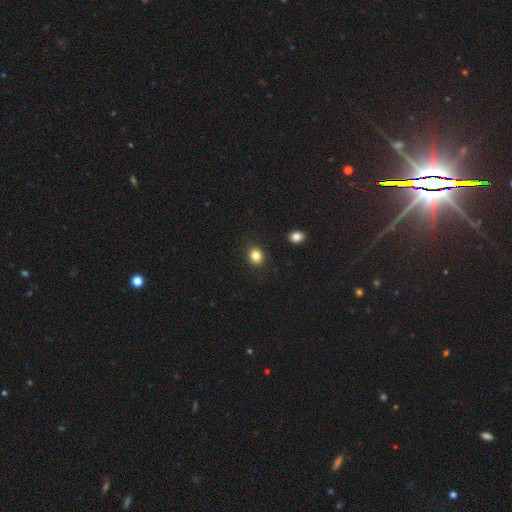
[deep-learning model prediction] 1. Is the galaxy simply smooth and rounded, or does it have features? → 84% smooth, 11% star or artifact, 5% featured or disk.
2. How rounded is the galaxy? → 66% round, 33% in between, 1% cigar-shaped.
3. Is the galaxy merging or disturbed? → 89% none, 7% minor disturbance, 2% major disturbance, 2% merger.